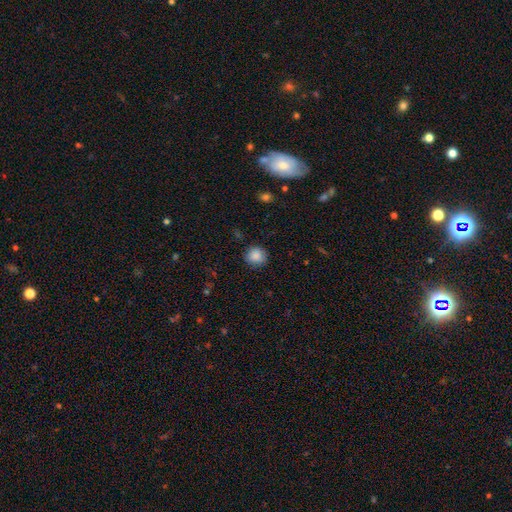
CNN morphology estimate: smooth-or-featured: smooth: 87% | star or artifact: 9% | featured or disk: 4%
  how-rounded: round: 88% | in between: 11% | cigar-shaped: 1%
  merging: none: 84% | minor disturbance: 12% | major disturbance: 3% | merger: 1%